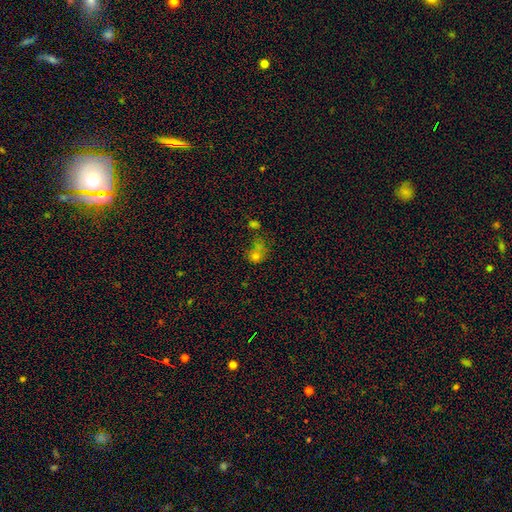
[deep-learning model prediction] Smooth or featured? Predicted: smooth (p=0.62). How rounded? Predicted: round (p=0.64). Merging? Predicted: merger (p=0.30).